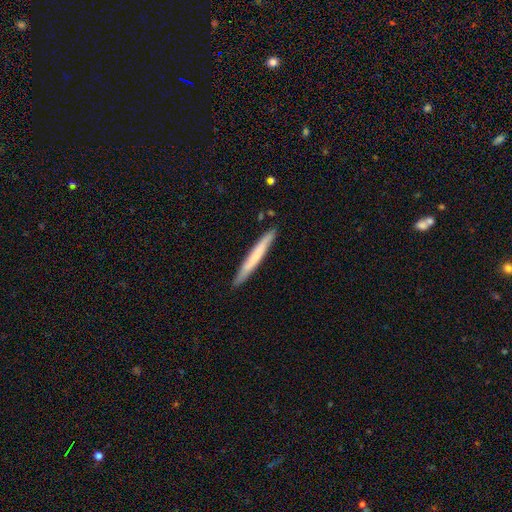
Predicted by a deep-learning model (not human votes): Smooth or featured? smooth (61%)
How rounded? cigar-shaped (97%)
Merging? none (89%)